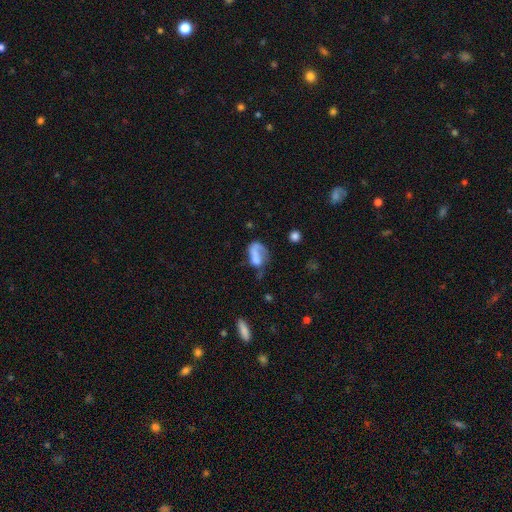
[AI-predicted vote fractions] This appears to be a smooth galaxy with no disk features (49%). Merging: major disturbance (44%).